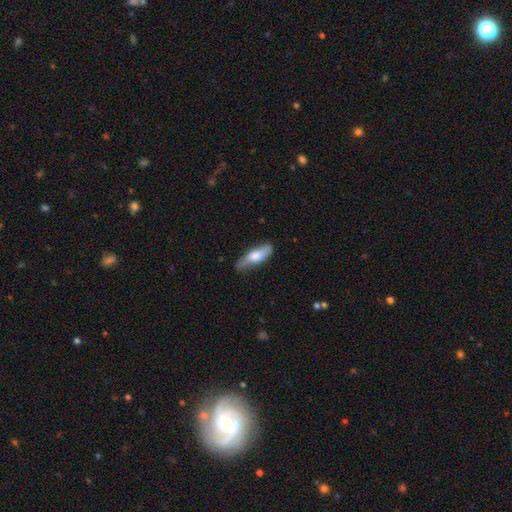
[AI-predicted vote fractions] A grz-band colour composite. It shows a smooth galaxy with no disk features (57%) that is cigar-shaped (54%). Merging: none (78%).